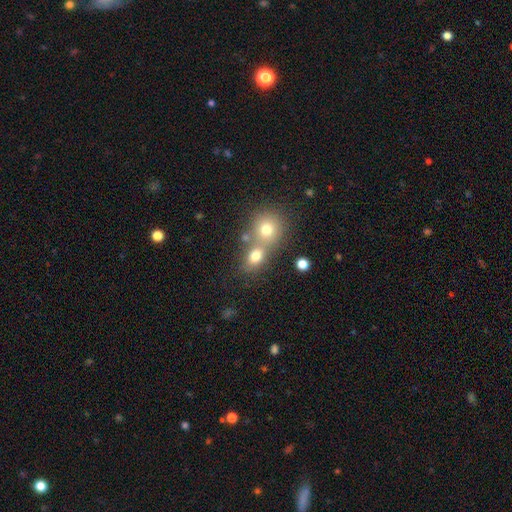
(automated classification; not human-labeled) Morphology: type=smooth (75%); roundness=round (51%); merging=merger (45%).